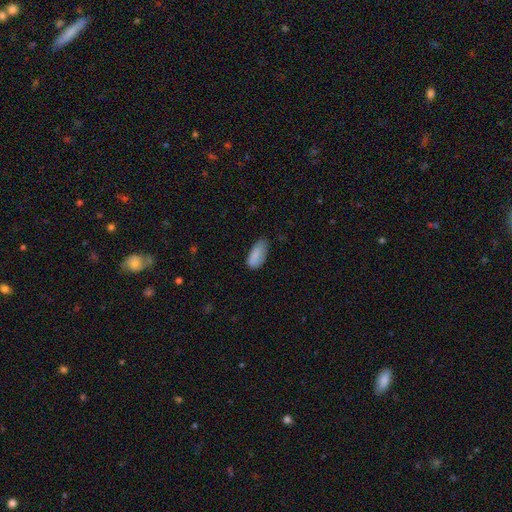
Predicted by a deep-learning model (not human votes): Smooth or featured? Predicted: smooth (p=0.84). How rounded? Predicted: in between (p=0.91). Merging? Predicted: none (p=0.57).